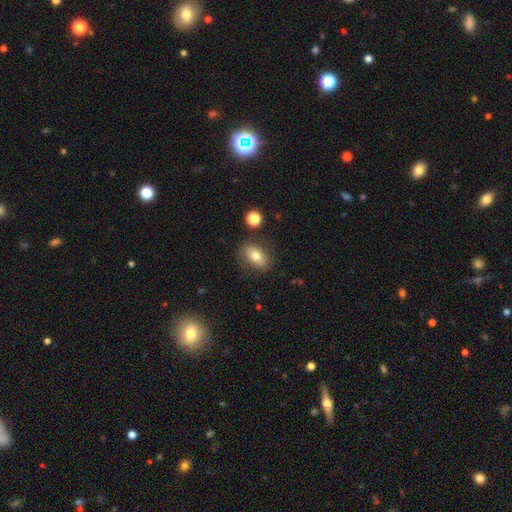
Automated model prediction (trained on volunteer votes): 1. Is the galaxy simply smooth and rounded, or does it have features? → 73% smooth, 18% featured or disk, 9% star or artifact.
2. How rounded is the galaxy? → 83% in between, 13% round, 5% cigar-shaped.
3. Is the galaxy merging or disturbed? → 82% none, 12% minor disturbance, 4% major disturbance, 3% merger.